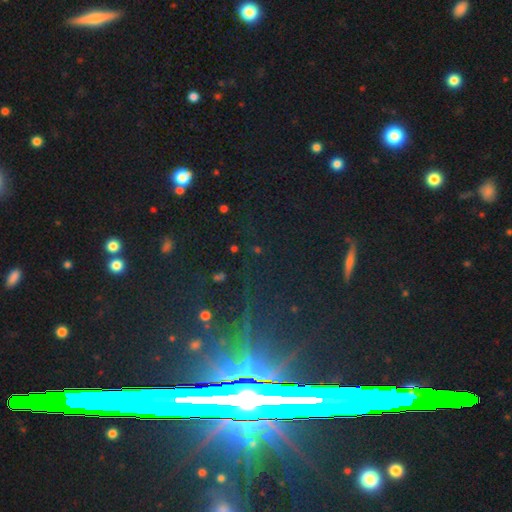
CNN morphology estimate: smooth_or_featured: star or artifact (p=0.76) [alt: featured or disk p=0.12]